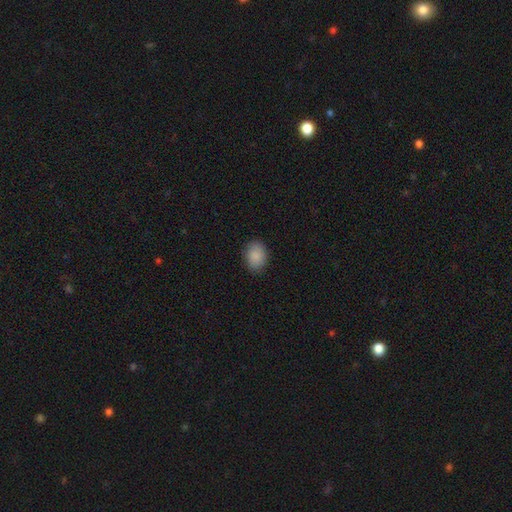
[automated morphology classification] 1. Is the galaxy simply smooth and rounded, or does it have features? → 89% smooth, 7% star or artifact, 4% featured or disk.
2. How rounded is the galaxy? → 67% in between, 32% round, 1% cigar-shaped.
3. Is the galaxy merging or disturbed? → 86% none, 10% minor disturbance, 2% major disturbance, 1% merger.